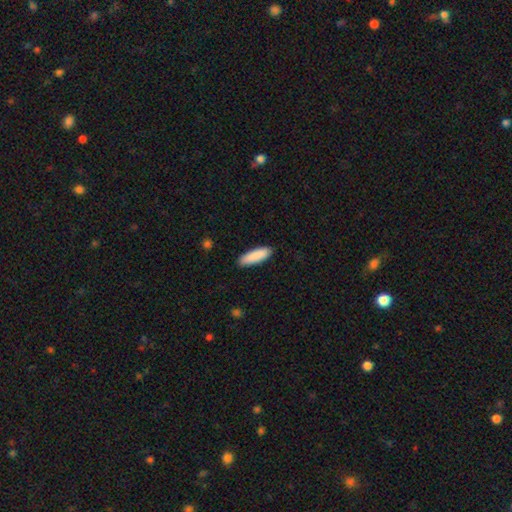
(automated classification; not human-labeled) Smooth or featured?
  - smooth: 90% *
  - star or artifact: 5%
  - featured or disk: 5%
How rounded?
  - cigar-shaped: 52% *
  - in between: 47%
  - round: 1%
Merging?
  - none: 89% *
  - minor disturbance: 8%
  - major disturbance: 2%
  - merger: 1%